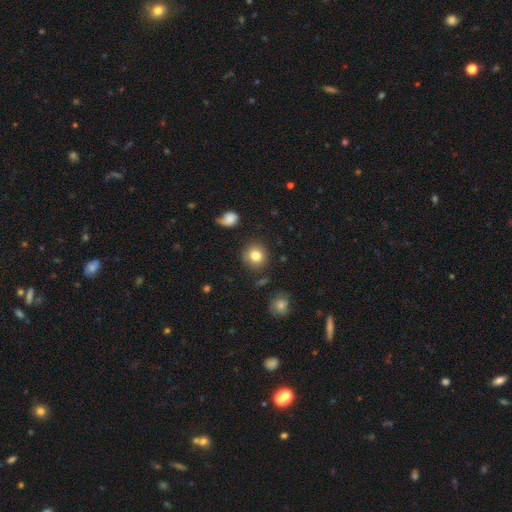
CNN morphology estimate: Q: Smooth or featured?
A: smooth (81%); runner-up: star or artifact (10%)
Q: How rounded?
A: round (90%); runner-up: in between (9%)
Q: Merging?
A: none (85%); runner-up: minor disturbance (9%)